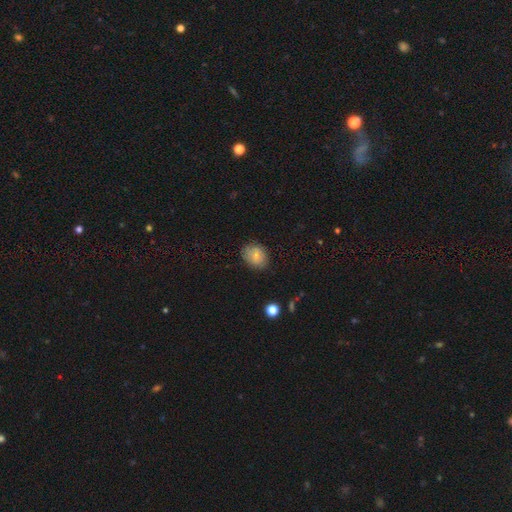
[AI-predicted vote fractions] Overall: smooth (69%). How rounded: round (51%; in between 48%). Merging: none (75%).